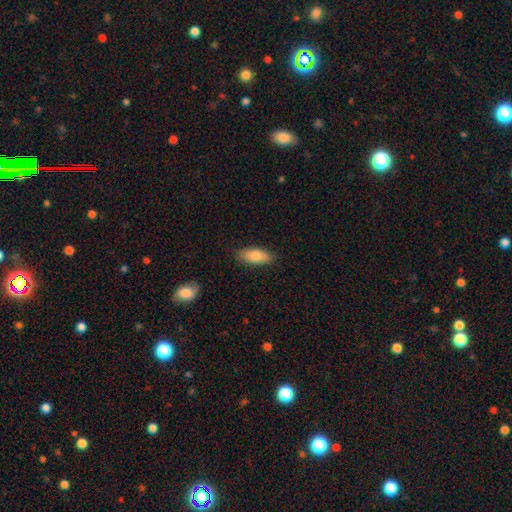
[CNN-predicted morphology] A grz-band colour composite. It shows a smooth galaxy with no disk features (79%) that is in between round and cigar-shaped (83%). Merging: none (87%).